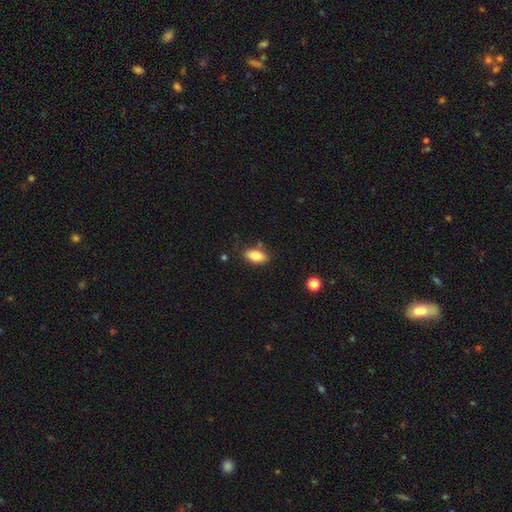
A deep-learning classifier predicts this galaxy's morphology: type=smooth (83%); roundness=in between (90%); merging=none (79%).